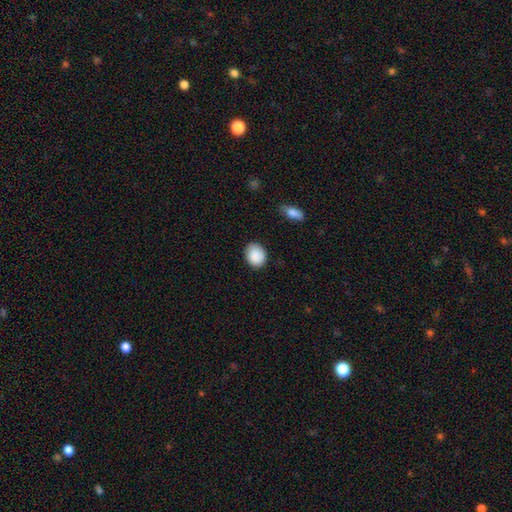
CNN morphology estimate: This appears to be a smooth galaxy with no disk features (89%) that is round (59%). Merging: none (82%).